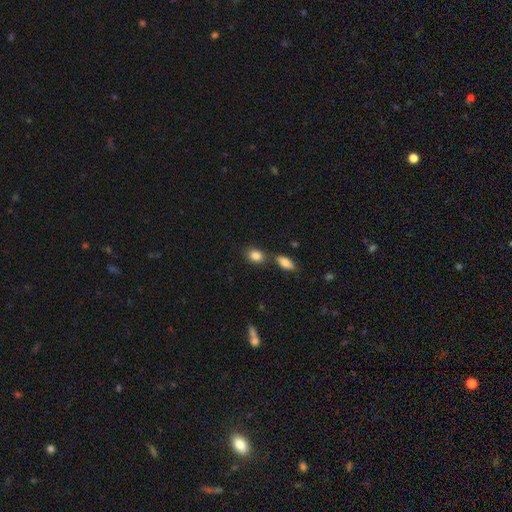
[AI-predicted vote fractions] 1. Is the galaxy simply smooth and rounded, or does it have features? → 86% smooth, 8% star or artifact, 6% featured or disk.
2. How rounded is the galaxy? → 72% in between, 26% round, 2% cigar-shaped.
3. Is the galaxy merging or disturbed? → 64% none, 21% merger, 12% minor disturbance, 3% major disturbance.